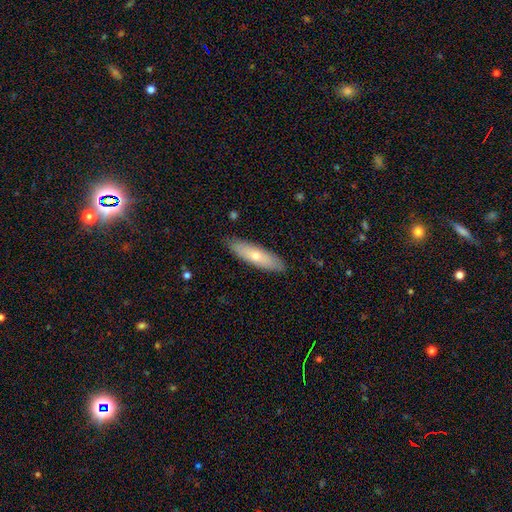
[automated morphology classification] smooth_or_featured: smooth (p=0.61) [alt: featured or disk p=0.33]
how_rounded: cigar-shaped (p=0.67) [alt: in between p=0.31]
merging: none (p=0.87) [alt: minor disturbance p=0.10]